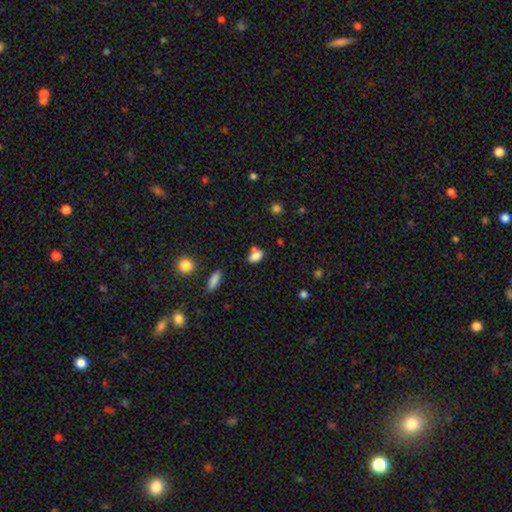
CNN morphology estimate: A smooth galaxy with no disk features (82%) that is in between round and cigar-shaped (83%). Merging: none (54%).